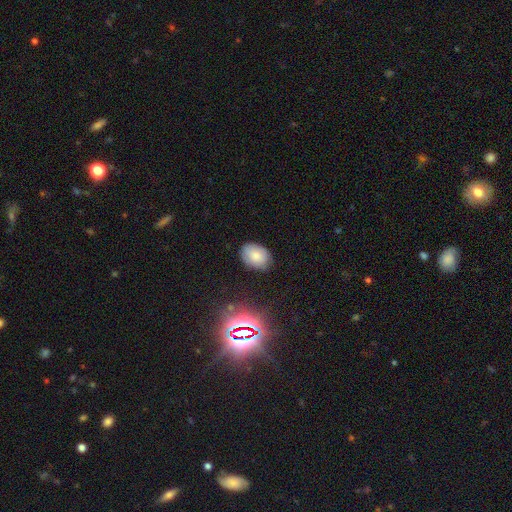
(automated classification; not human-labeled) Overall: smooth (81%). How rounded: in between (78%). Merging: none (81%).